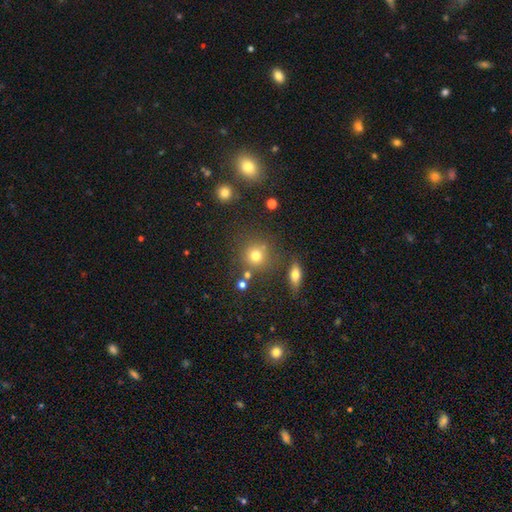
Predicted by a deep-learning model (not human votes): smooth_or_featured: smooth (p=0.74) [alt: star or artifact p=0.16]
how_rounded: round (p=0.88) [alt: in between p=0.10]
merging: none (p=0.73) [alt: merger p=0.11]